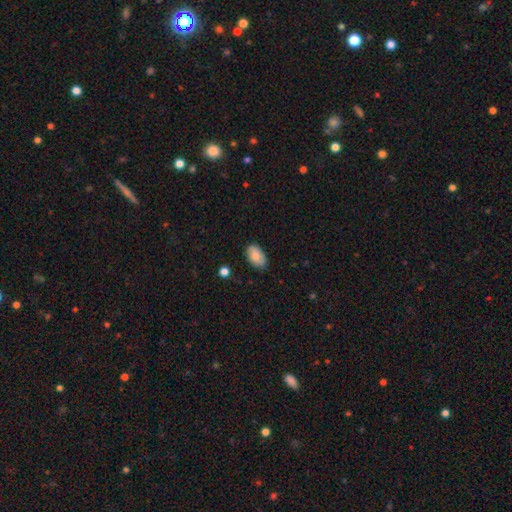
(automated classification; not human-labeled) Smooth or featured?
  - smooth: 83% *
  - featured or disk: 10%
  - star or artifact: 7%
How rounded?
  - in between: 93% *
  - round: 6%
  - cigar-shaped: 1%
Merging?
  - none: 81% *
  - minor disturbance: 15%
  - major disturbance: 3%
  - merger: 1%